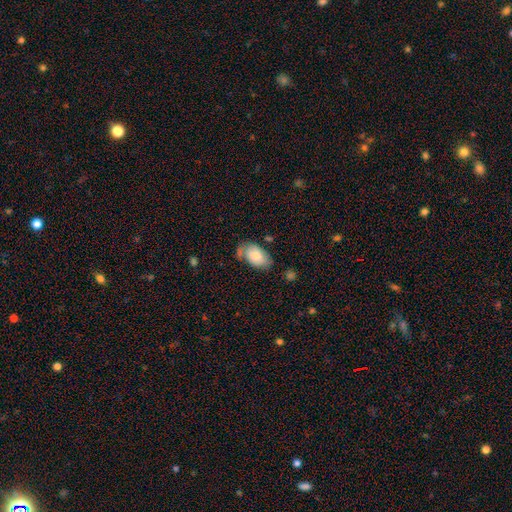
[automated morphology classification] Smooth or featured? Predicted: smooth (p=0.69). How rounded? Predicted: in between (p=0.93). Merging? Predicted: none (p=0.53).